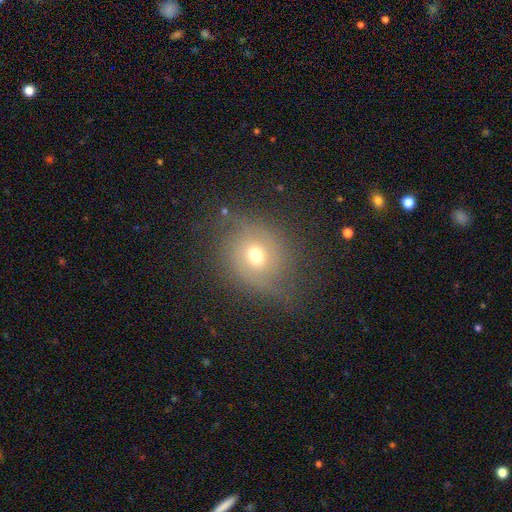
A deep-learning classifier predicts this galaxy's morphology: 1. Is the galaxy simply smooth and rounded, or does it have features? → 50% smooth, 34% featured or disk, 17% star or artifact.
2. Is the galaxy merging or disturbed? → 67% none, 20% minor disturbance, 11% major disturbance, 2% merger.